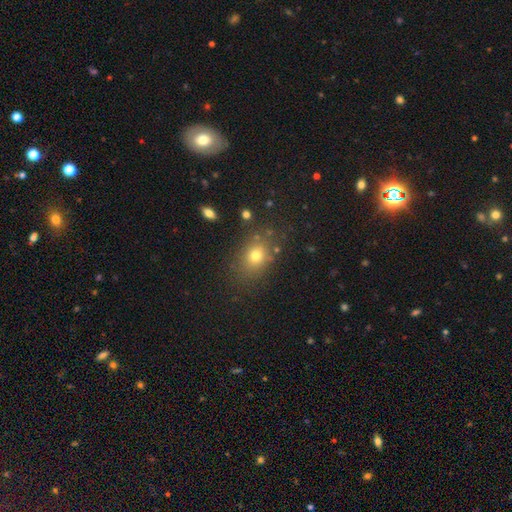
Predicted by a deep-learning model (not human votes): Smooth or featured: smooth — 73% (star or artifact — 16%)
How rounded: in between — 53% (round — 46%)
Merging: none — 78% (minor disturbance — 13%)